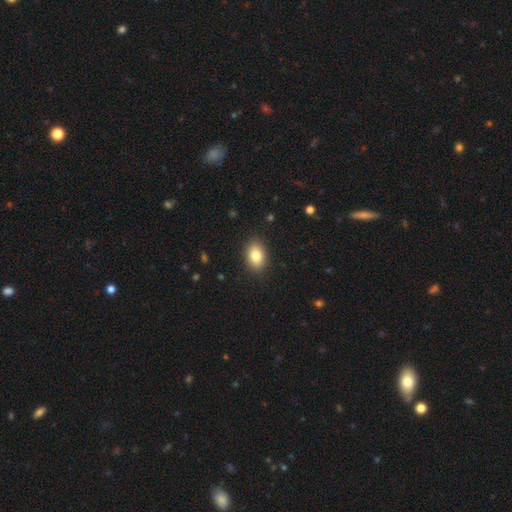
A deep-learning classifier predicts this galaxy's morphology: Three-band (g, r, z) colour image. It shows a smooth galaxy with no disk features (83%) that is in between round and cigar-shaped (84%). Merging: none (88%).